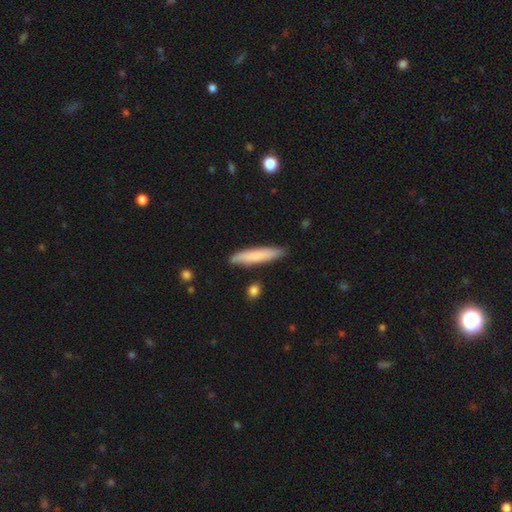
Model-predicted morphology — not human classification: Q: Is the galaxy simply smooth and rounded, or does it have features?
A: smooth — 76%.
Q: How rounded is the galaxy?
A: cigar-shaped — 91%.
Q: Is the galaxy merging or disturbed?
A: none — 86%.